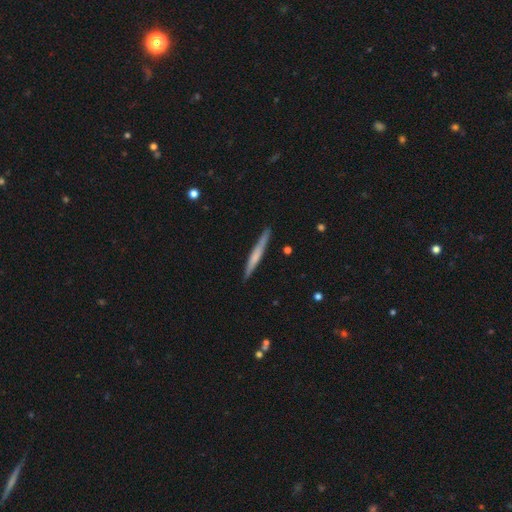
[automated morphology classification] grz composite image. It shows a smooth galaxy with no disk features (50%) that is cigar-shaped (96%). Merging: none (89%).